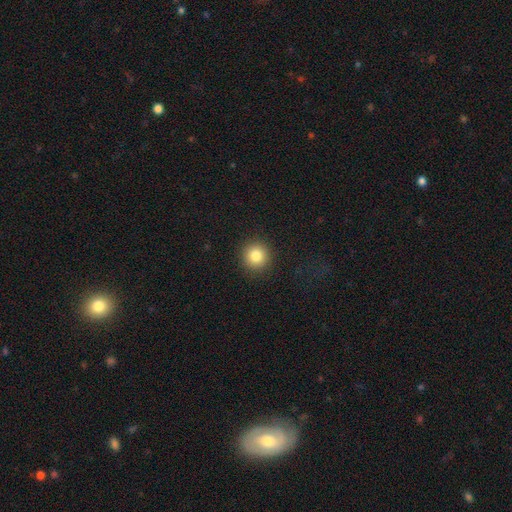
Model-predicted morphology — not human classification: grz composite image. It shows a smooth galaxy with no disk features (83%) that is round (94%). Merging: none (91%).